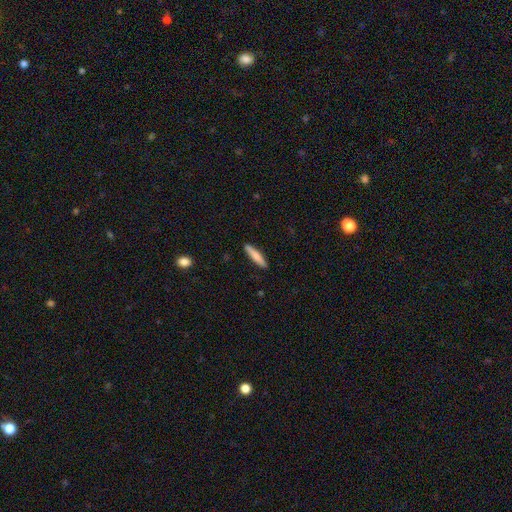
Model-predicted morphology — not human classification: Smooth or featured: smooth — 76% (featured or disk — 19%)
How rounded: cigar-shaped — 89% (in between — 10%)
Merging: none — 91% (minor disturbance — 7%)